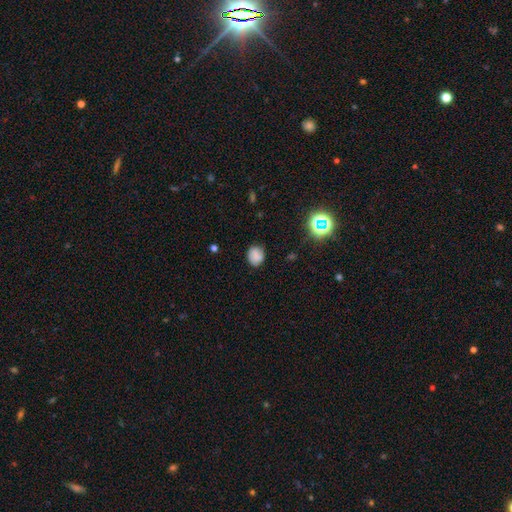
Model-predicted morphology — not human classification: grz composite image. It shows a smooth galaxy with no disk features (77%) that is round (58%). Merging: none (77%).